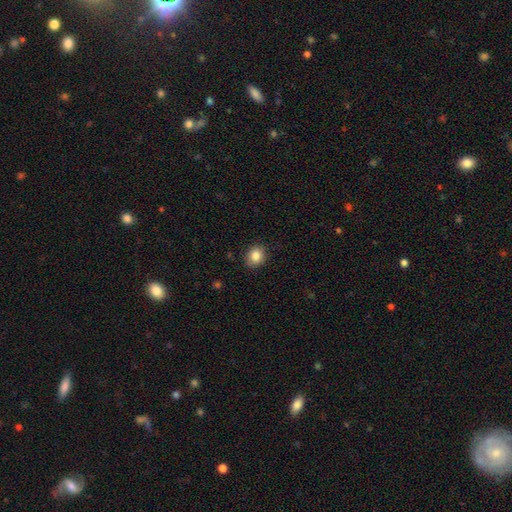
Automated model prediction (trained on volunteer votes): Smooth or featured? Predicted: smooth (p=0.85). How rounded? Predicted: round (p=0.69). Merging? Predicted: none (p=0.87).